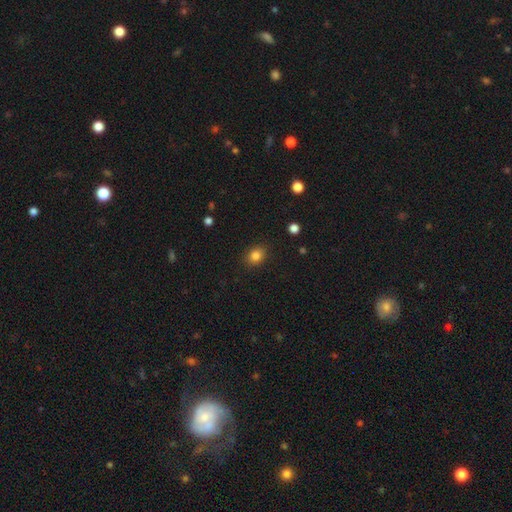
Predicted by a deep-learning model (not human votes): smooth_or_featured: smooth (p=0.84) [alt: star or artifact p=0.11]
how_rounded: round (p=0.54) [alt: in between p=0.45]
merging: none (p=0.87) [alt: minor disturbance p=0.09]